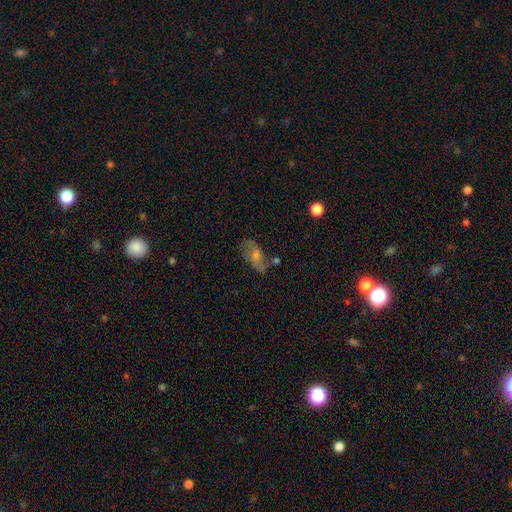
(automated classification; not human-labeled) Q: Smooth or featured?
A: featured or disk (59%); runner-up: smooth (27%)
Q: Edge-on disk?
A: no (90%); runner-up: yes (10%)
Q: Bar?
A: no (57%); runner-up: weak (35%)
Q: Spiral arms?
A: yes (74%); runner-up: no (26%)
Q: Bulge size?
A: moderate (52%); runner-up: small (34%)
Q: Merging?
A: none (63%); runner-up: minor disturbance (20%)